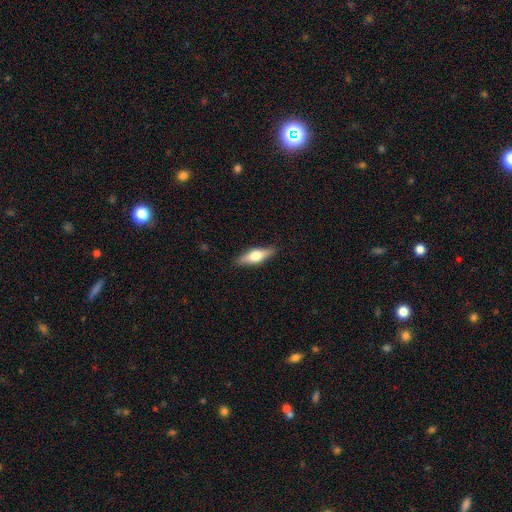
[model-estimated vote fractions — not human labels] smooth 50%, featured or disk 44%, star or artifact 6%. Down the decision tree: merging — none (88%).